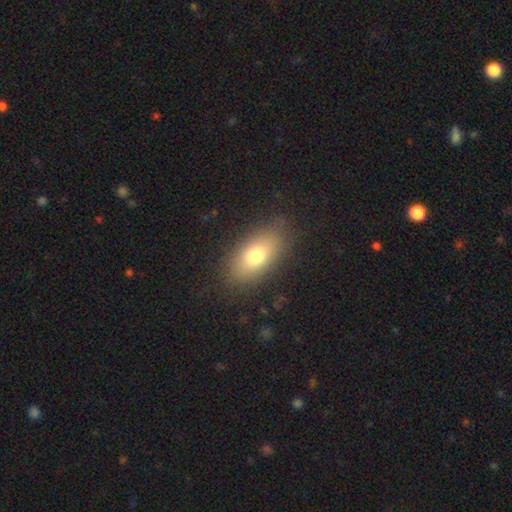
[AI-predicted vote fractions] Smooth or featured?
  - smooth: 76% *
  - featured or disk: 16%
  - star or artifact: 9%
How rounded?
  - in between: 88% *
  - cigar-shaped: 7%
  - round: 6%
Merging?
  - none: 84% *
  - minor disturbance: 11%
  - major disturbance: 4%
  - merger: 1%